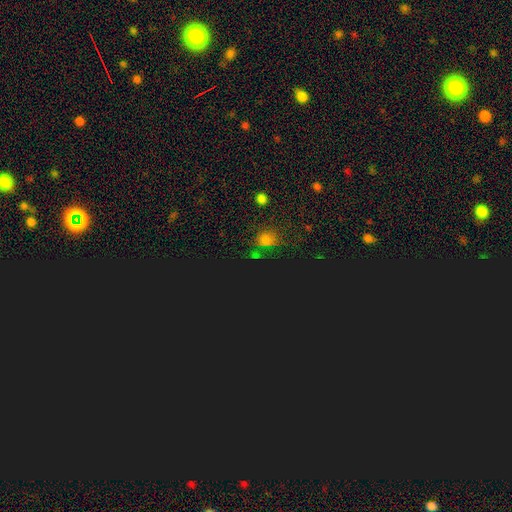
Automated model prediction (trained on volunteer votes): star or artifact 55%, smooth 37%, featured or disk 7%.